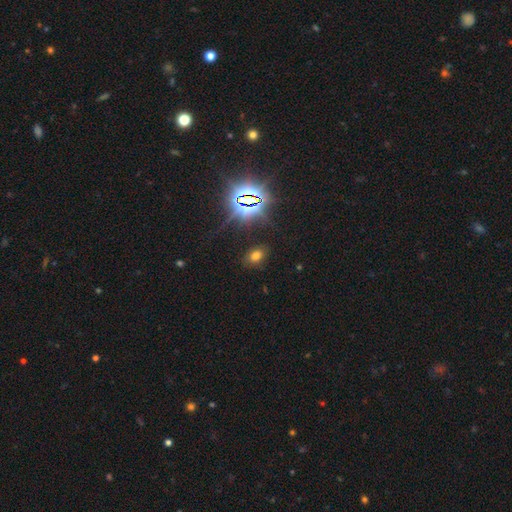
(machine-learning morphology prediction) Smooth or featured? smooth (60%)
How rounded? in between (77%)
Merging? none (84%)